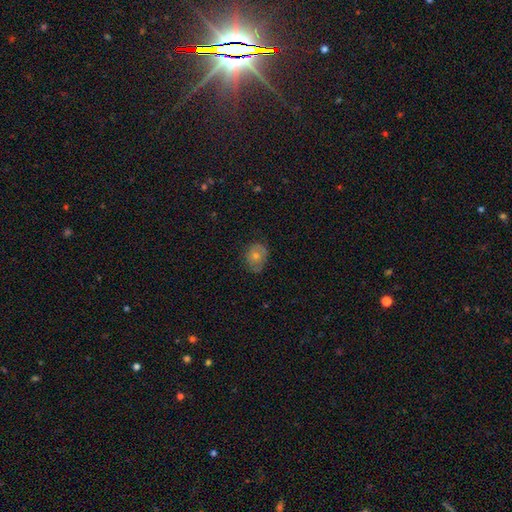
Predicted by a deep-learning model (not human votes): Smooth or featured: smooth — 55% (featured or disk — 31%)
How rounded: round — 52% (in between — 47%)
Merging: none — 71% (minor disturbance — 22%)